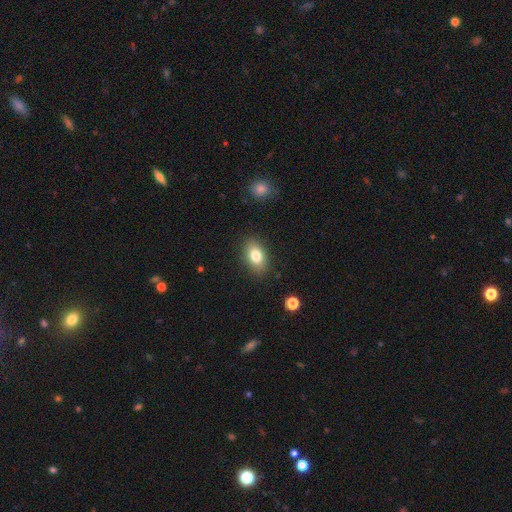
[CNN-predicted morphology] This is clearly a smooth galaxy (80%). How rounded: clearly in between (88%). Merging: clearly none (86%).